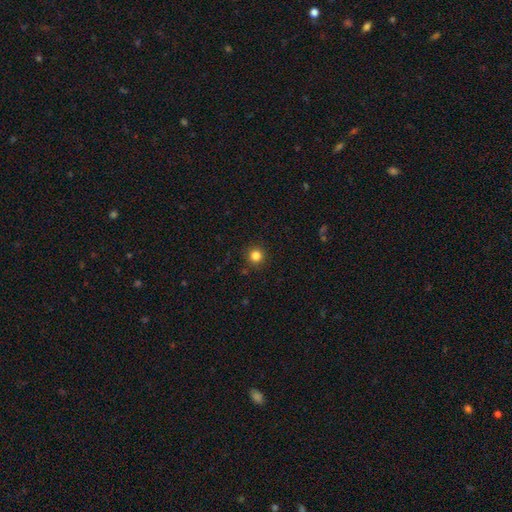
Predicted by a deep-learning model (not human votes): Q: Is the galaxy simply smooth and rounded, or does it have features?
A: smooth — 83%.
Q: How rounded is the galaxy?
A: round — 94%.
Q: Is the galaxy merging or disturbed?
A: none — 91%.